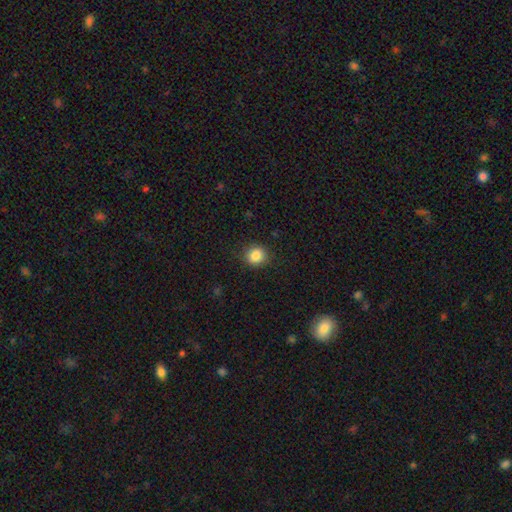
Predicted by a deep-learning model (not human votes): Overall: smooth (85%). How rounded: round (86%). Merging: none (88%).